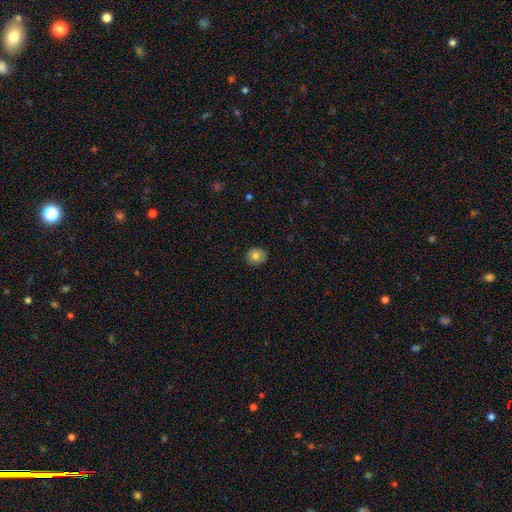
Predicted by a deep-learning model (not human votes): Smooth or featured? smooth (79%)
How rounded? round (69%)
Merging? none (87%)